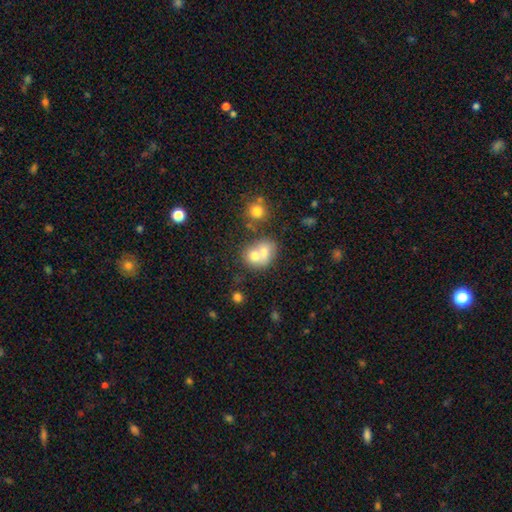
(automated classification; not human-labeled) This is likely a smooth galaxy (67%). How rounded: likely round (64%). Merging: likely merger (67%).